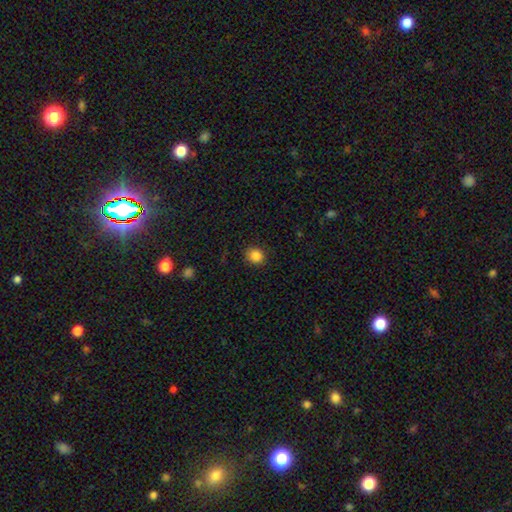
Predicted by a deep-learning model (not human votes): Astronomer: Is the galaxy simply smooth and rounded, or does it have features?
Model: smooth — 86%.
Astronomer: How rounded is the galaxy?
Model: round — 84%.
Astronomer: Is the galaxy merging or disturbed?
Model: none — 88%.